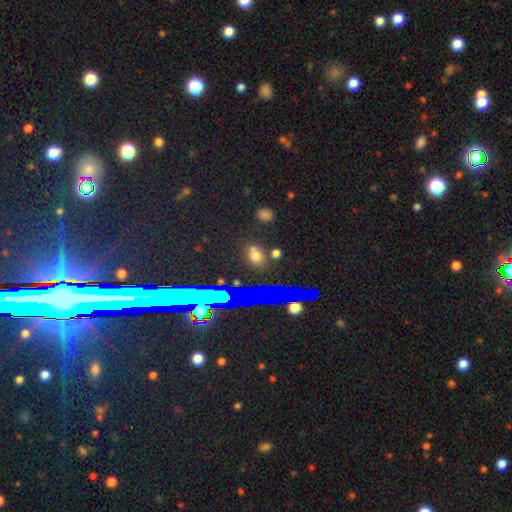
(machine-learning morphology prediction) A smooth galaxy with no disk features (66%) that is in between round and cigar-shaped (59%).

Vote fractions:
- Smooth or featured? smooth: 66% / star or artifact: 26% / featured or disk: 8%
- How rounded? in between: 59% / round: 36% / cigar-shaped: 5%
- Merging? none: 81% / minor disturbance: 11% / merger: 4% / major disturbance: 4%